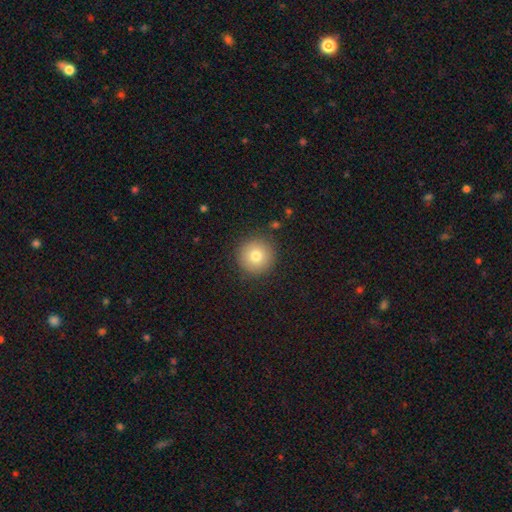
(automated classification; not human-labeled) This is likely a smooth galaxy (78%). How rounded: clearly round (96%). Merging: clearly none (90%).